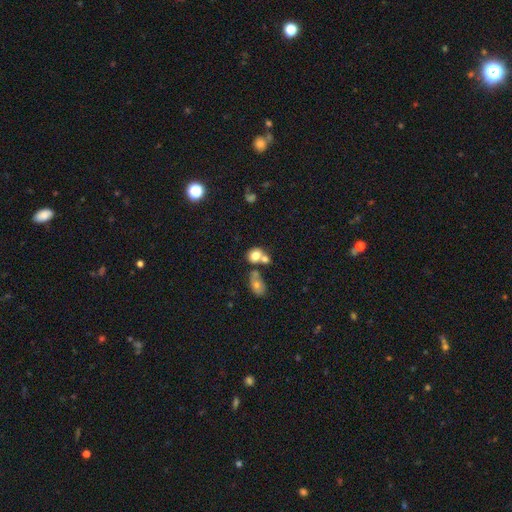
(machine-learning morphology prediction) smooth-or-featured: smooth: 75% | featured or disk: 15% | star or artifact: 11%
  how-rounded: round: 53% | in between: 45% | cigar-shaped: 2%
  merging: merger: 49% | none: 35% | minor disturbance: 11% | major disturbance: 5%